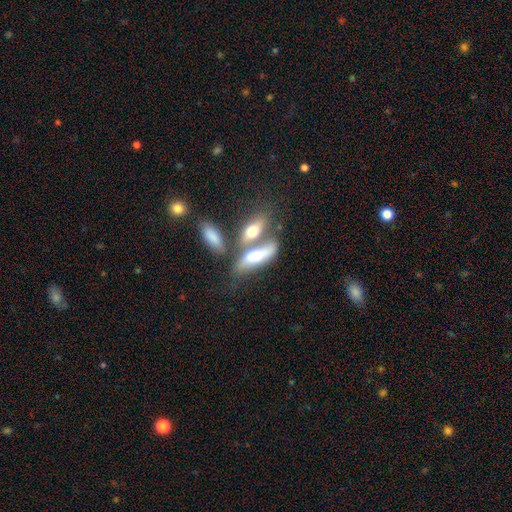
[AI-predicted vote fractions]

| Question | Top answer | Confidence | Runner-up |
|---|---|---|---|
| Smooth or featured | smooth | 60% | featured or disk (33%) |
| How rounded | in between | 60% | cigar-shaped (37%) |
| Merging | merger | 51% | none (31%) |